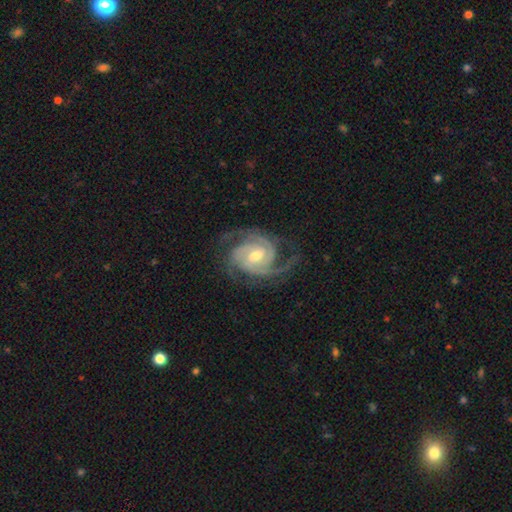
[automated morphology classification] Smooth or featured: featured or disk — 93% (star or artifact — 4%)
Edge-on disk: no — 98% (yes — 2%)
Bar: weak — 48% (no — 36%)
Spiral arms: yes — 99% (no — 1%)
Spiral winding: tight — 53% (medium — 40%)
Spiral arm count: 3 — 43% (2 — 33%)
Bulge size: moderate — 66% (small — 27%)
Merging: none — 75% (minor disturbance — 16%)